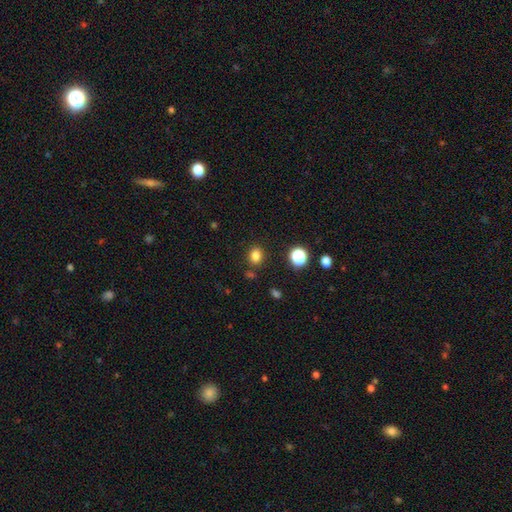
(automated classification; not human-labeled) Smooth or featured? Predicted: smooth (p=0.81). How rounded? Predicted: round (p=0.54). Merging? Predicted: none (p=0.82).